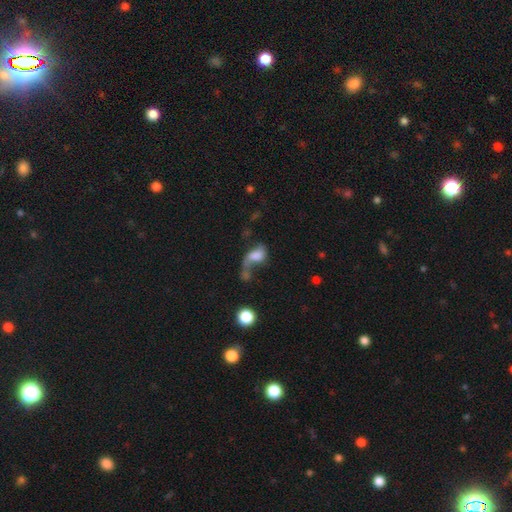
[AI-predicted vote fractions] Smooth or featured? Predicted: smooth (p=0.62). How rounded? Predicted: in between (p=0.78). Merging? Predicted: merger (p=0.39).